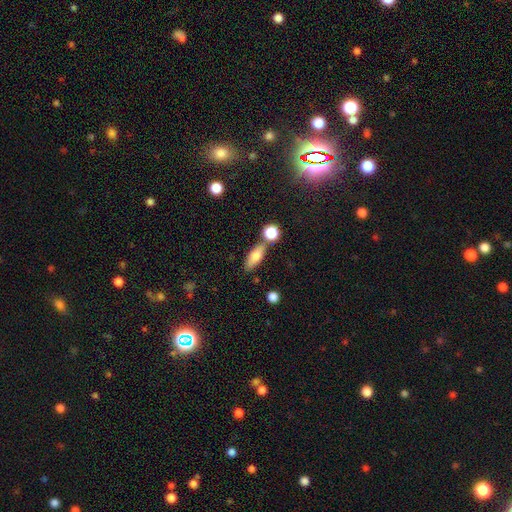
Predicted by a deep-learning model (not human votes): Smooth or featured? smooth (73%)
How rounded? in between (68%)
Merging? none (69%)